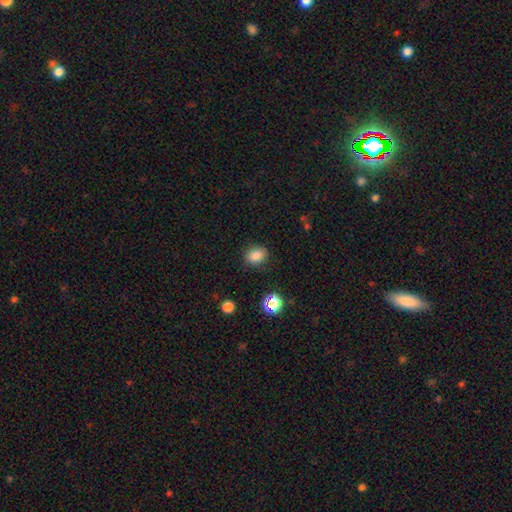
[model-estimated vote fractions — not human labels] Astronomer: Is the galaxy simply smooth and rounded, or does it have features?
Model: smooth — 84%.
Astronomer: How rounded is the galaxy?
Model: in between — 56% (runner-up: round, 43%).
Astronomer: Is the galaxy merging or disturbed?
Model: none — 85%.